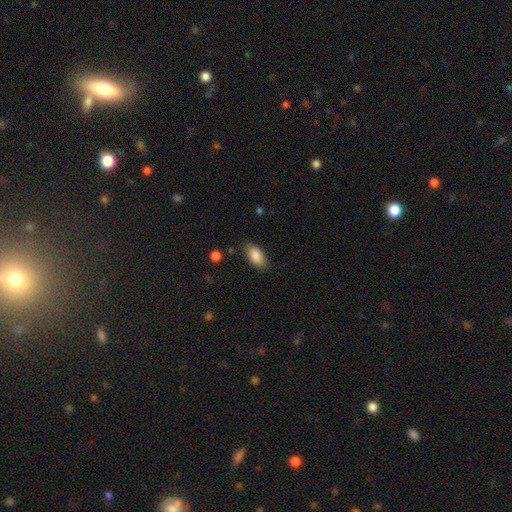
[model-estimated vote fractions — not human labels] A smooth galaxy with no disk features (87%) that is in between round and cigar-shaped (92%).

Vote fractions:
- Smooth or featured? smooth: 87% / star or artifact: 7% / featured or disk: 6%
- How rounded? in between: 92% / cigar-shaped: 5% / round: 3%
- Merging? none: 84% / minor disturbance: 12% / major disturbance: 3% / merger: 1%